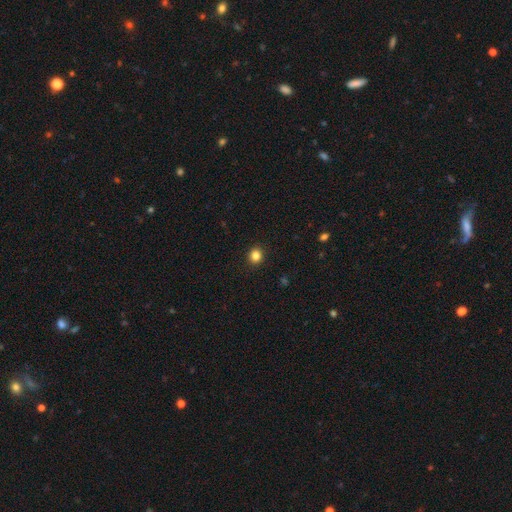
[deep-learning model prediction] This appears to be a smooth galaxy with no disk features (84%) that is round (84%). Merging: none (92%).